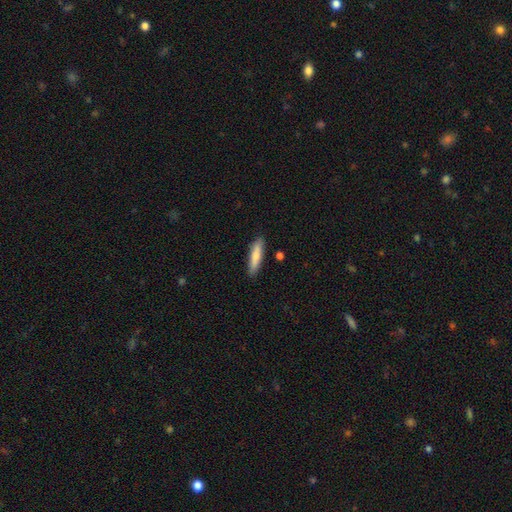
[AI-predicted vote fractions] smooth 77%, featured or disk 17%, star or artifact 6%. Down the decision tree: how rounded — cigar-shaped (79%); merging — none (85%).